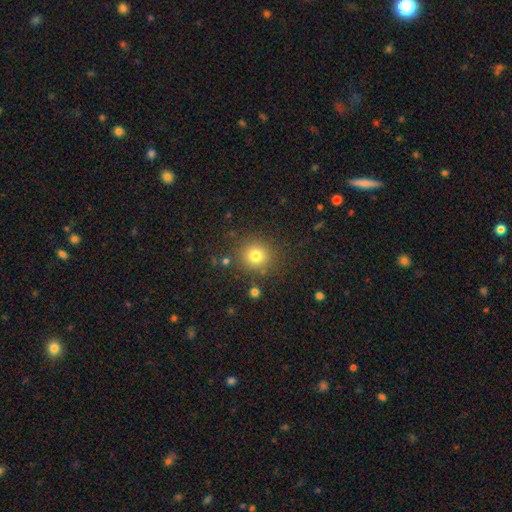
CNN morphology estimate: Smooth or featured? smooth (78%)
How rounded? round (91%)
Merging? none (86%)